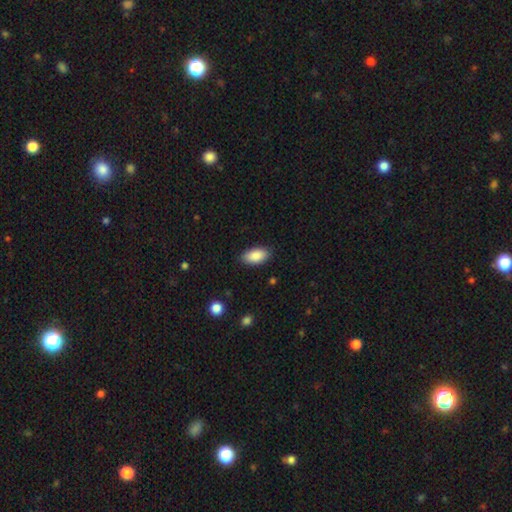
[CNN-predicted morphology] smooth_or_featured: smooth (p=0.89) [alt: star or artifact p=0.06]
how_rounded: in between (p=0.94) [alt: cigar-shaped p=0.04]
merging: none (p=0.85) [alt: minor disturbance p=0.11]